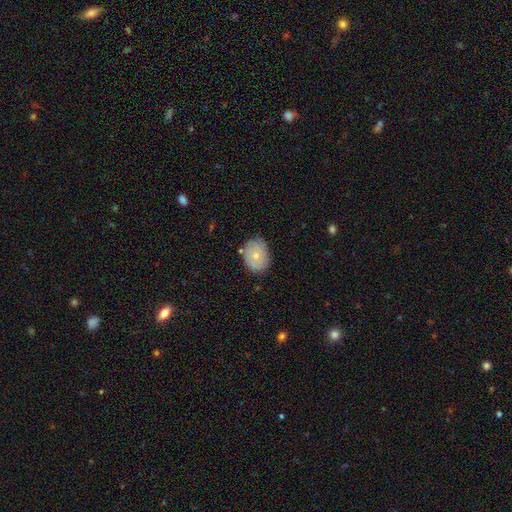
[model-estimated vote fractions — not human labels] smooth_or_featured: smooth (p=0.57) [alt: featured or disk p=0.36]
how_rounded: in between (p=0.61) [alt: round p=0.38]
merging: none (p=0.77) [alt: minor disturbance p=0.17]